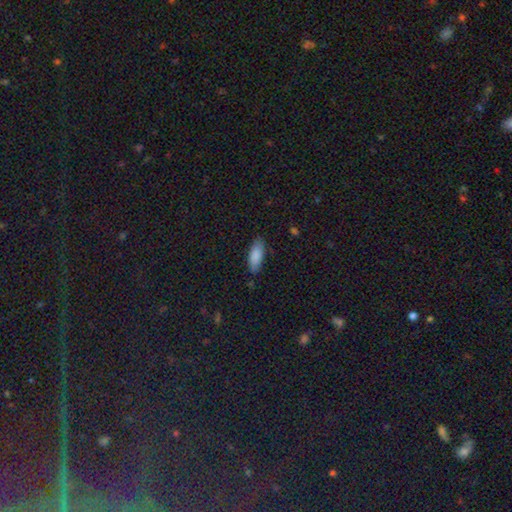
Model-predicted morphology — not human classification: Smooth or featured: smooth — 87% (featured or disk — 7%)
How rounded: in between — 74% (cigar-shaped — 24%)
Merging: none — 82% (minor disturbance — 13%)